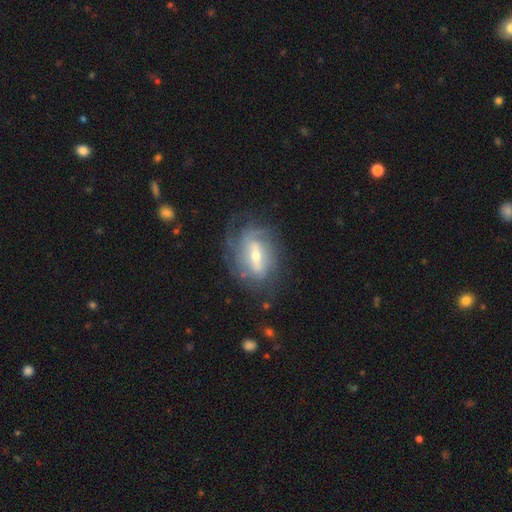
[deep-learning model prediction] The model was most divided on "bar": strong: 45%, weak: 39%, no: 17%. Remaining: edge-on disk — no (90%); spiral arms — yes (85%); smooth or featured — featured or disk (79%); merging — none (64%); bulge size — moderate (54%); spiral winding — tight (49%); spiral arm count — can't tell (40%).